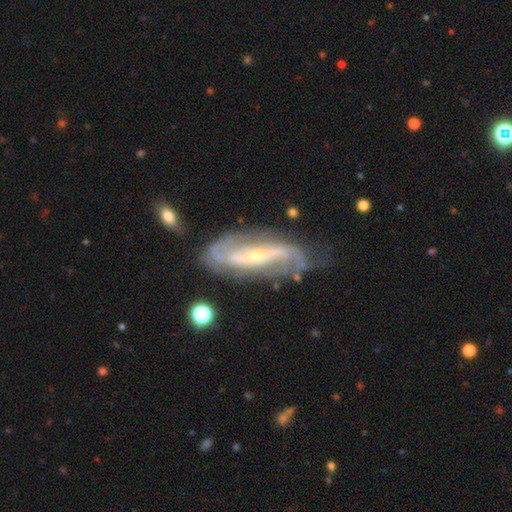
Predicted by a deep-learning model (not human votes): Smooth or featured? featured or disk (88%)
Edge-on disk? no (89%)
Bar? strong (50%)
Spiral arms? yes (93%)
Spiral winding? medium (38%)
Spiral arm count? 2 (78%)
Bulge size? small (67%)
Merging? none (66%)